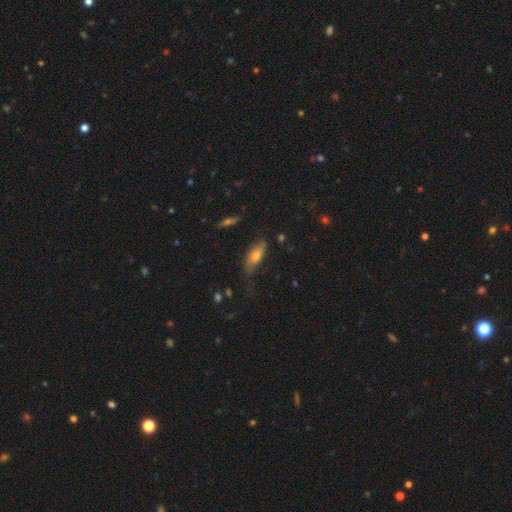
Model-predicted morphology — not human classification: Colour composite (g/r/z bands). It shows a smooth galaxy with no disk features (64%) that is in between round and cigar-shaped (71%). Merging: none (49%).